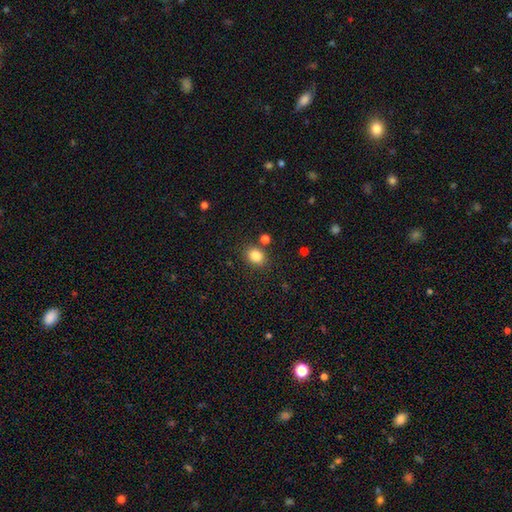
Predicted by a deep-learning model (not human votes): smooth_or_featured: smooth (p=0.84) [alt: star or artifact p=0.11]
how_rounded: round (p=0.51) [alt: in between p=0.48]
merging: none (p=0.80) [alt: minor disturbance p=0.10]